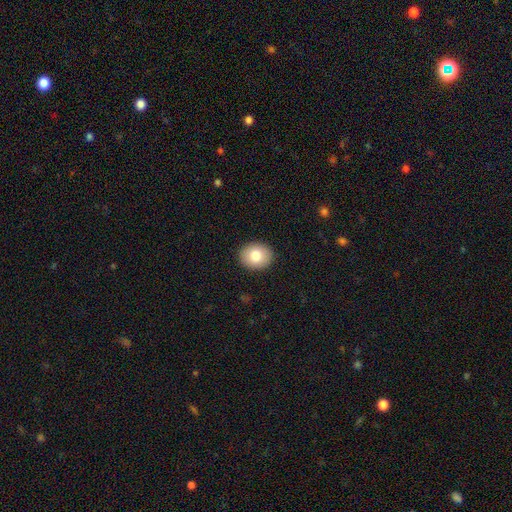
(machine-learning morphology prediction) Smooth or featured? smooth (80%)
How rounded? round (56%)
Merging? none (91%)